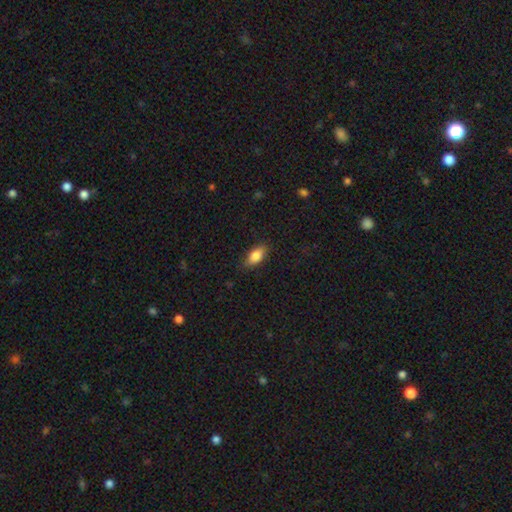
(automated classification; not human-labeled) Smooth or featured? smooth (83%)
How rounded? in between (87%)
Merging? none (83%)